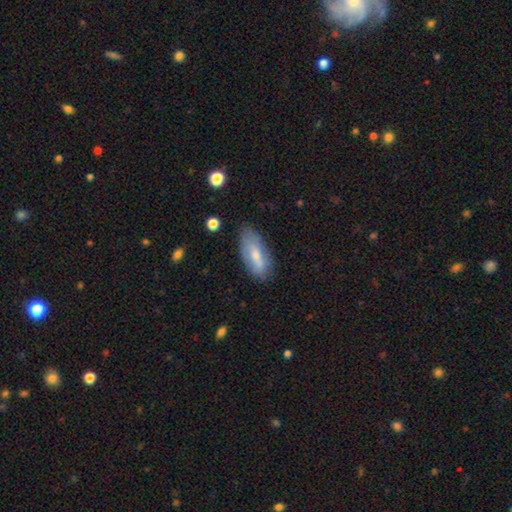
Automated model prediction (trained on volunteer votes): The model was most divided on "smooth or featured": smooth: 67%, featured or disk: 26%, star or artifact: 7%. More confident: how rounded — in between (82%); merging — none (69%).